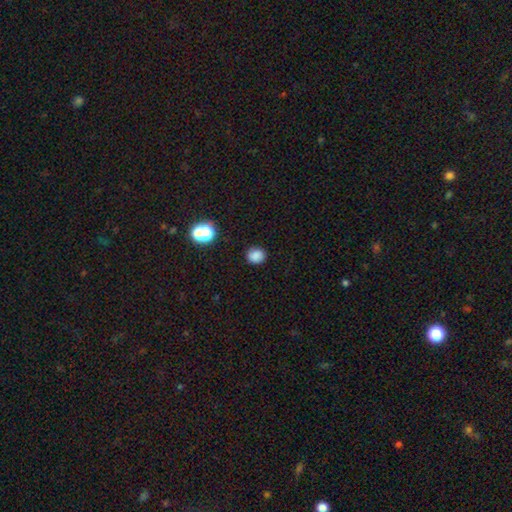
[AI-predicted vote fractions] Smooth or featured?
  - smooth: 82% *
  - star or artifact: 13%
  - featured or disk: 4%
How rounded?
  - round: 72% *
  - in between: 27%
  - cigar-shaped: 1%
Merging?
  - none: 87% *
  - minor disturbance: 9%
  - major disturbance: 3%
  - merger: 2%